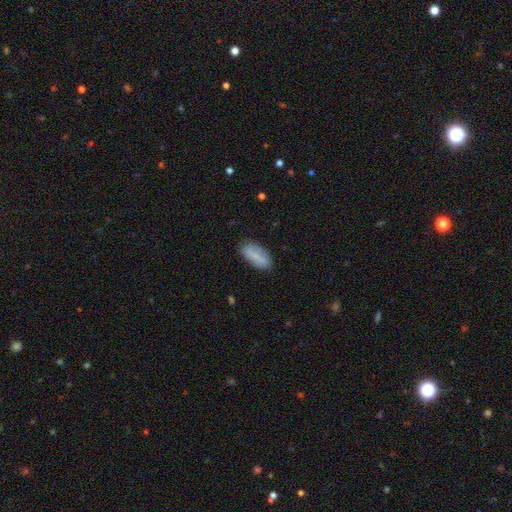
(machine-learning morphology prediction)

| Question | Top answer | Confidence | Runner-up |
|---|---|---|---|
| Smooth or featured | smooth | 74% | featured or disk (19%) |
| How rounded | in between | 82% | cigar-shaped (15%) |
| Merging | none | 83% | minor disturbance (12%) |